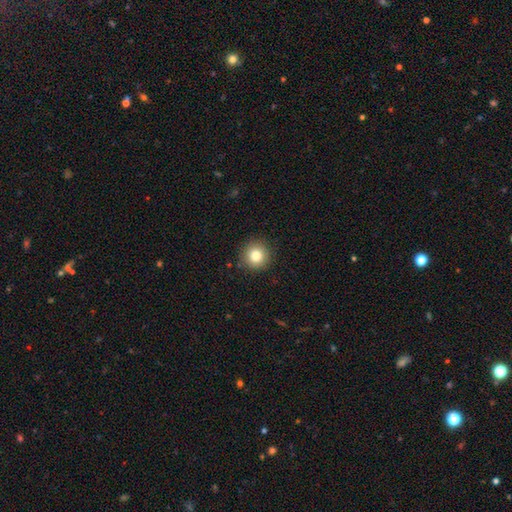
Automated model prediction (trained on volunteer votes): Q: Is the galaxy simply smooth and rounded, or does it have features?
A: smooth — 83%.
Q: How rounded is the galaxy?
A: round — 93%.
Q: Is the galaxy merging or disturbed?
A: none — 90%.